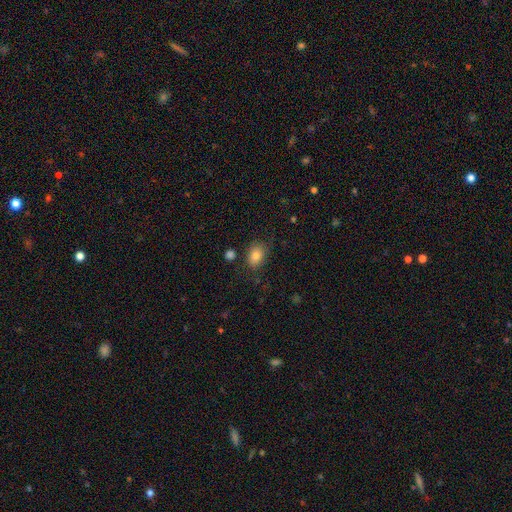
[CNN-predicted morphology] smooth_or_featured: smooth (p=0.82) [alt: star or artifact p=0.09]
how_rounded: in between (p=0.73) [alt: round p=0.26]
merging: none (p=0.76) [alt: minor disturbance p=0.16]